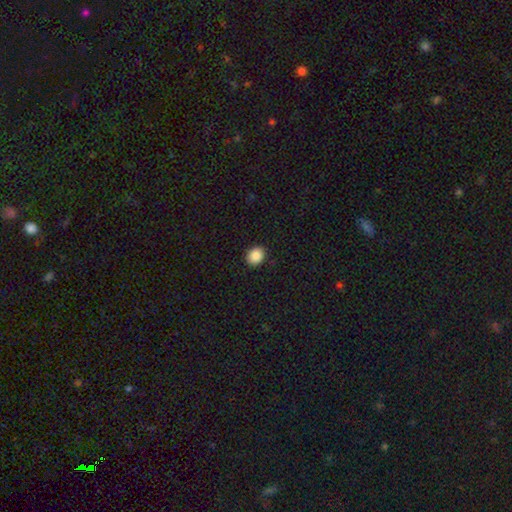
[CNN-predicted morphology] The model was most divided on "how rounded": round: 59%, in between: 40%, cigar-shaped: 1%. More confident: merging — none (91%); smooth or featured — smooth (88%).